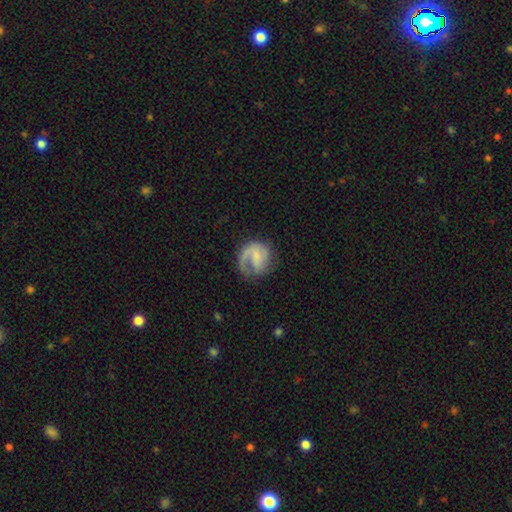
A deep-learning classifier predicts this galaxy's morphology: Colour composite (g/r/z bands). It shows a featured or disk galaxy (64%) with no bar (46%), 1 (66%) medium (40%) spiral arms (85%) and a small central bulge (43%). Merging: none (51%).